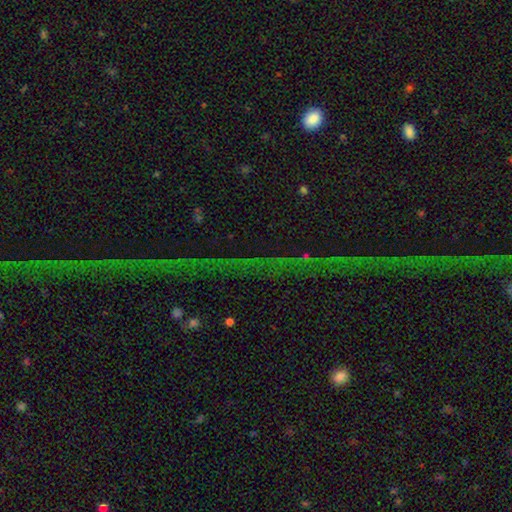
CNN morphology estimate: Smooth or featured: star or artifact — 72% (featured or disk — 15%)